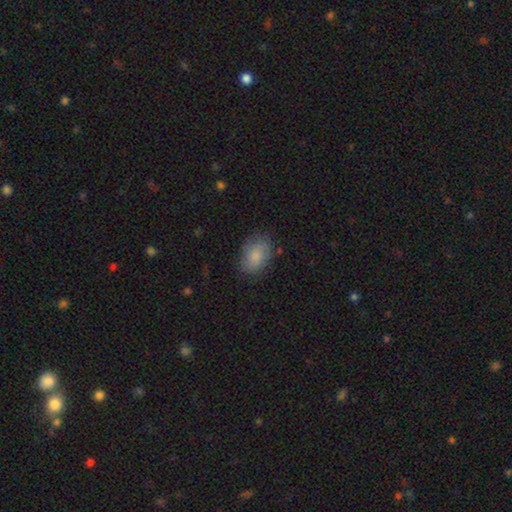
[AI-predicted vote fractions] The model was most divided on "merging": none: 75%, minor disturbance: 18%, major disturbance: 5%, merger: 1%. More confident: how rounded — in between (85%); smooth or featured — smooth (84%).